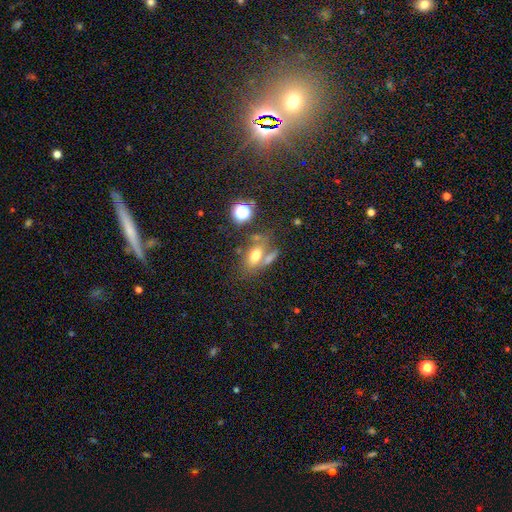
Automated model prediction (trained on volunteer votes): Overall: smooth (62%; featured or disk 23%). How rounded: in between (77%). Merging: none (48%; merger 29%).